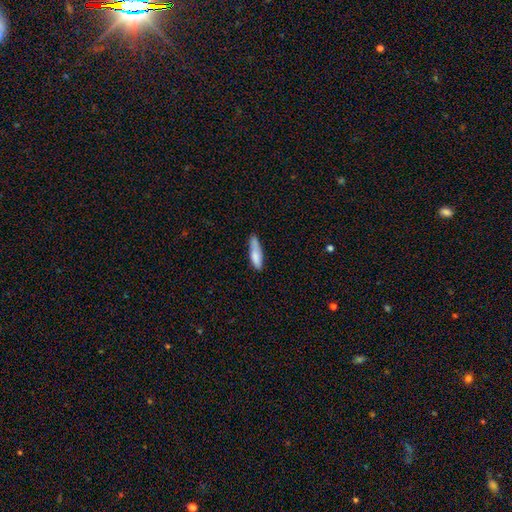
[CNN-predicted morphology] Smooth or featured: smooth — 81% (featured or disk — 13%)
How rounded: cigar-shaped — 67% (in between — 32%)
Merging: none — 64% (minor disturbance — 27%)